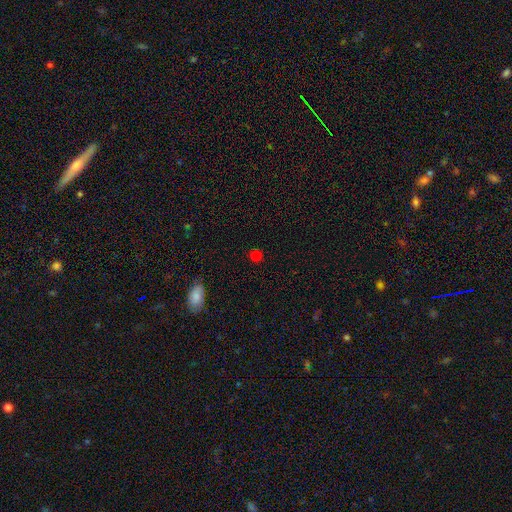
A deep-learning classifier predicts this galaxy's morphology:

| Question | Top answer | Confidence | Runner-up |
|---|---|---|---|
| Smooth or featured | smooth | 75% | star or artifact (21%) |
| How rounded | round | 88% | in between (11%) |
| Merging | none | 88% | minor disturbance (8%) |